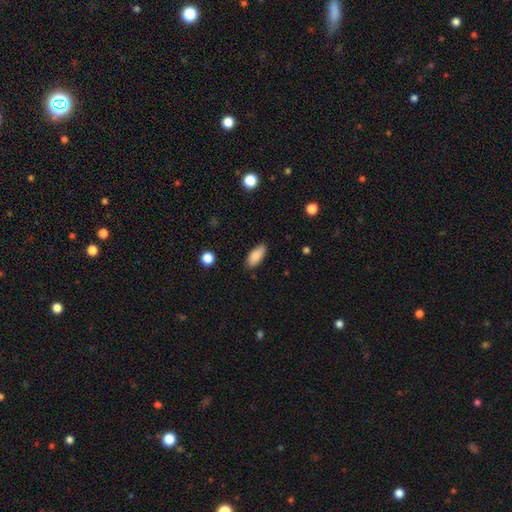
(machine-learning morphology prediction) This appears to be a smooth galaxy with no disk features (87%) that is in between round and cigar-shaped (84%). Merging: none (82%).